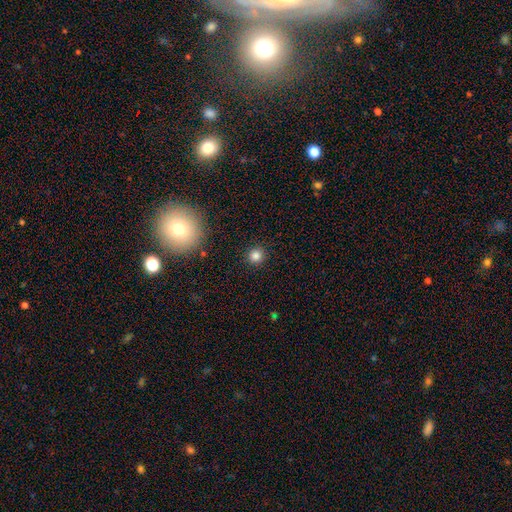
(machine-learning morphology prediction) This is clearly a smooth galaxy (83%). How rounded: clearly round (92%). Merging: clearly none (91%).